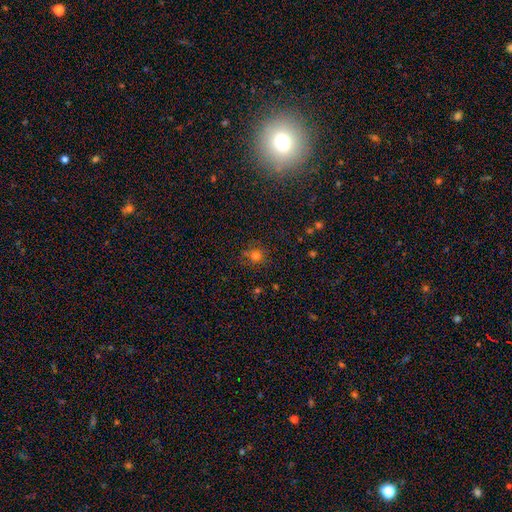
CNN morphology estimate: A smooth galaxy with no disk features (70%) that is round (88%).

Vote fractions:
- Smooth or featured? smooth: 70% / star or artifact: 21% / featured or disk: 8%
- How rounded? round: 88% / in between: 11% / cigar-shaped: 1%
- Merging? none: 76% / minor disturbance: 14% / merger: 6% / major disturbance: 5%